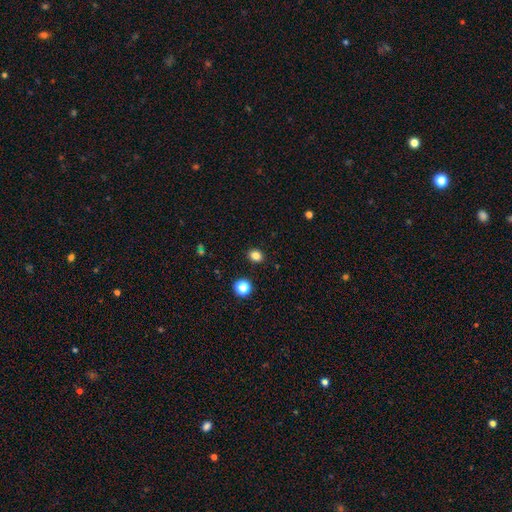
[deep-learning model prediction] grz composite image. It shows a smooth galaxy with no disk features (83%) that is round (58%). Merging: none (90%).